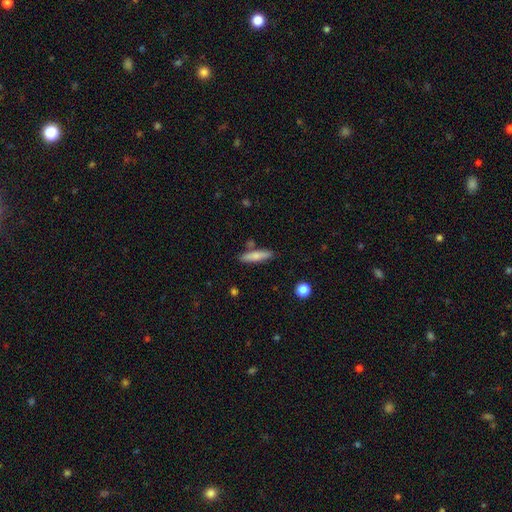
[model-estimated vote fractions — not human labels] This appears to be a smooth galaxy with no disk features (74%) that is cigar-shaped (80%). Merging: none (80%).